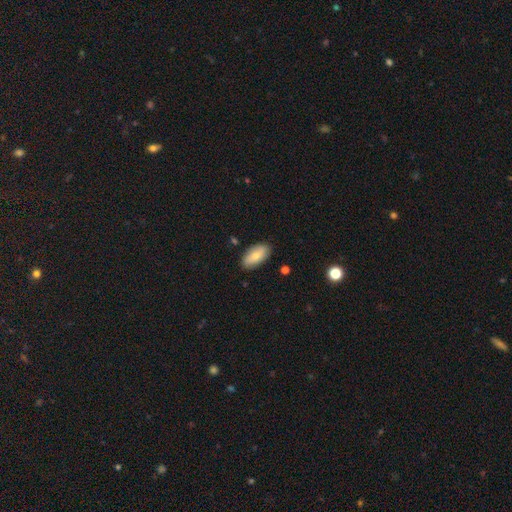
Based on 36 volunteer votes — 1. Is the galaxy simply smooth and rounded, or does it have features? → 83% smooth, 14% featured or disk, 3% star or artifact.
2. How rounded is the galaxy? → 90% in between, 7% round, 3% cigar-shaped.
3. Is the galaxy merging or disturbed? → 77% none, 14% minor disturbance, 6% merger, 3% major disturbance.